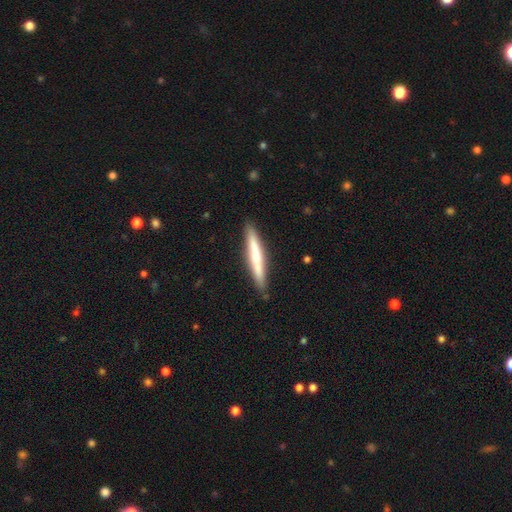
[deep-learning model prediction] smooth-or-featured: smooth: 53% | featured or disk: 41% | star or artifact: 6%
  how-rounded: cigar-shaped: 95% | in between: 4% | round: 1%
  merging: none: 89% | minor disturbance: 8% | major disturbance: 2% | merger: 1%